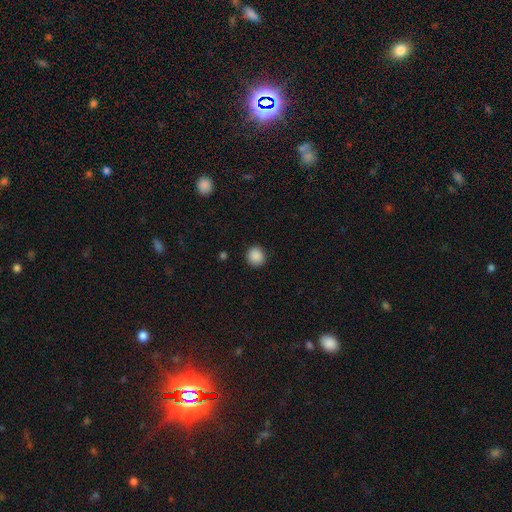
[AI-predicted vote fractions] Morphology: type=smooth (88%); roundness=round (91%); merging=none (91%).